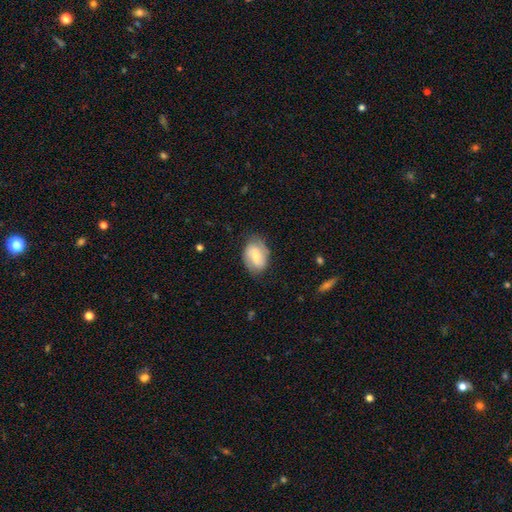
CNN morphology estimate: smooth_or_featured: featured or disk (p=0.57) [alt: smooth p=0.36]
disk_edge_on: no (p=0.96) [alt: yes p=0.04]
bar: weak (p=0.49) [alt: no p=0.29]
has_spiral_arms: yes (p=0.84) [alt: no p=0.16]
bulge_size: small (p=0.47) [alt: moderate p=0.44]
merging: none (p=0.75) [alt: minor disturbance p=0.19]